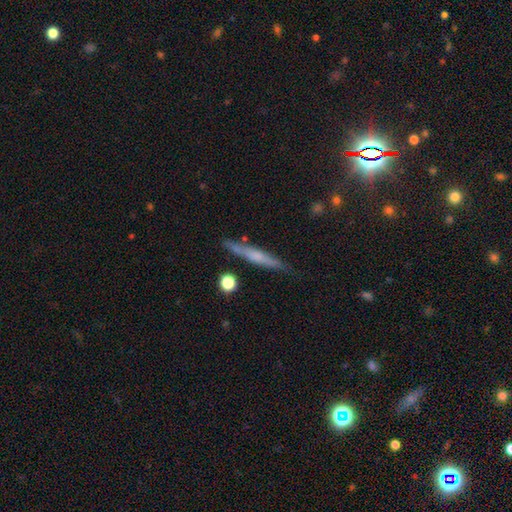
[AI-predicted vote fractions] This appears to be a featured or disk galaxy (52%) viewed edge-on (95%). Merging: none (83%).